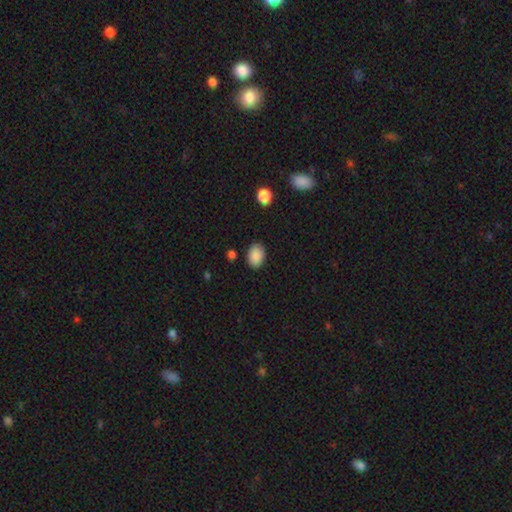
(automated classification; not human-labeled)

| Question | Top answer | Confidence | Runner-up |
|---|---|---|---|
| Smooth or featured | smooth | 88% | star or artifact (8%) |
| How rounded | in between | 80% | round (19%) |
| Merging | none | 86% | minor disturbance (10%) |